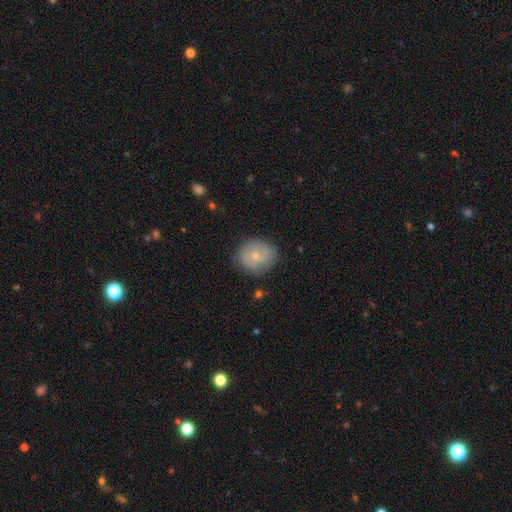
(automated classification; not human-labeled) smooth-or-featured: smooth: 54% | featured or disk: 38% | star or artifact: 8%
  how-rounded: round: 80% | in between: 19% | cigar-shaped: 1%
  merging: none: 78% | minor disturbance: 16% | major disturbance: 4% | merger: 1%